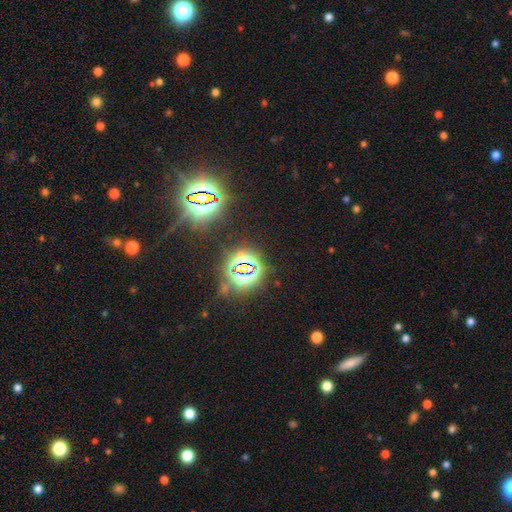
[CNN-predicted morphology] Smooth or featured: star or artifact — 83% (smooth — 10%)